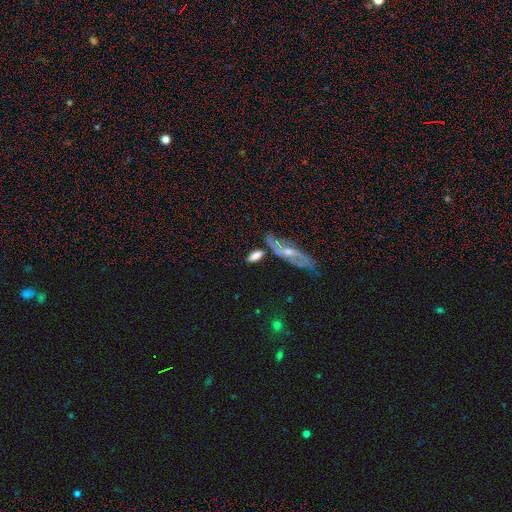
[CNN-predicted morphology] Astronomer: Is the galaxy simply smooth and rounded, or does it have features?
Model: smooth — 71%.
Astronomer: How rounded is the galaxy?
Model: in between — 72%.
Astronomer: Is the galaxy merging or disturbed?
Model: none — 59%.